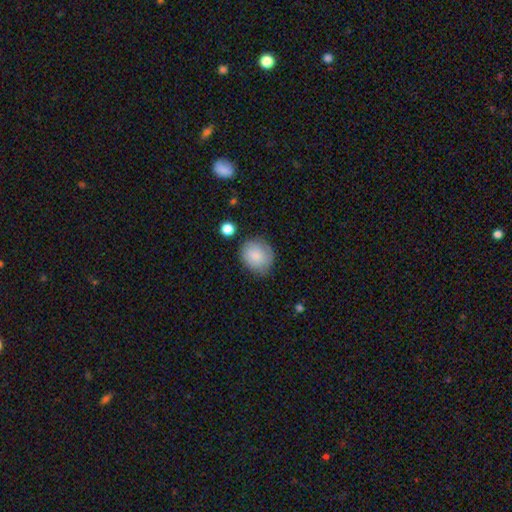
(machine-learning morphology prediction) The model was most divided on "how rounded": round: 71%, in between: 28%, cigar-shaped: 1%. More confident: smooth or featured — smooth (78%); merging — none (70%).